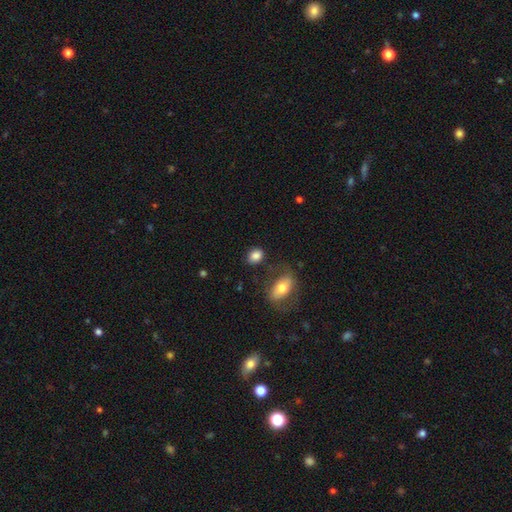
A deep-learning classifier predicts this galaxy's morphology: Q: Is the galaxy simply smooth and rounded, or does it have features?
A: smooth — 83%.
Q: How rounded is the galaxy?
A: in between — 66%.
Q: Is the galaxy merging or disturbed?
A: none — 74%.